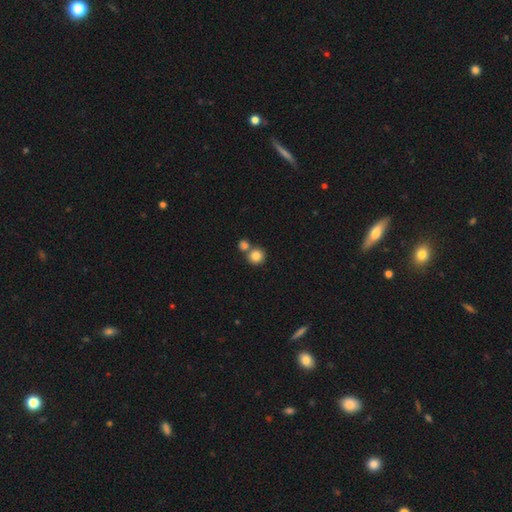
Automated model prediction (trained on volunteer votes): This appears to be a smooth galaxy with no disk features (83%) that is round (90%). Merging: none (59%).